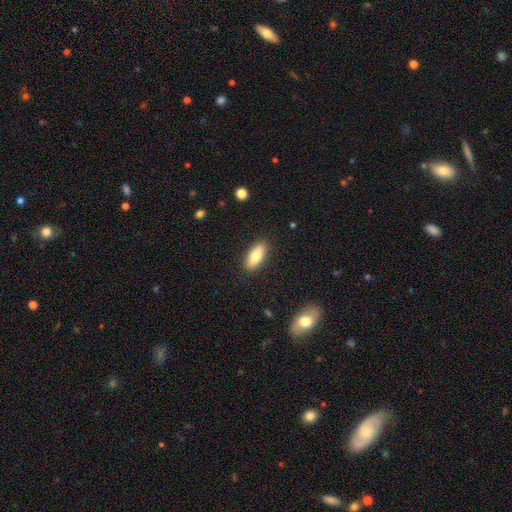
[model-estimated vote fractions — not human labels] Smooth or featured?
  - smooth: 81% *
  - featured or disk: 13%
  - star or artifact: 6%
How rounded?
  - in between: 78% *
  - cigar-shaped: 20%
  - round: 2%
Merging?
  - none: 88% *
  - minor disturbance: 9%
  - major disturbance: 2%
  - merger: 1%